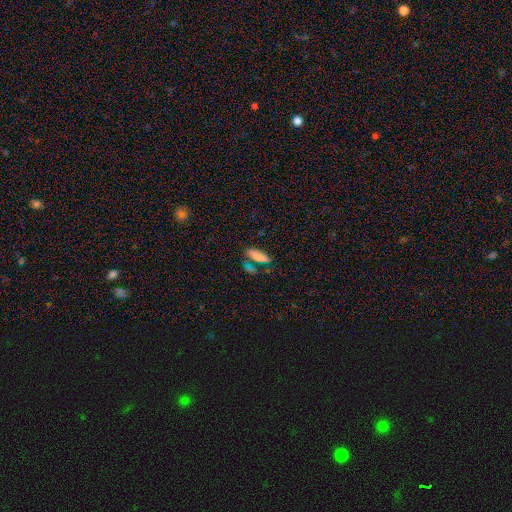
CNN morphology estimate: Q: Smooth or featured?
A: smooth (82%); runner-up: featured or disk (10%)
Q: How rounded?
A: in between (60%); runner-up: cigar-shaped (37%)
Q: Merging?
A: none (55%); runner-up: merger (24%)